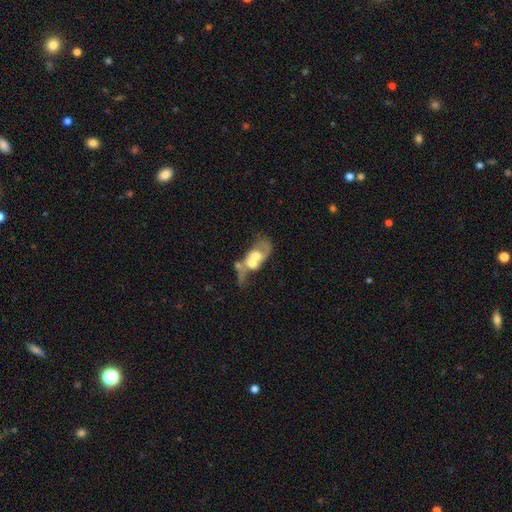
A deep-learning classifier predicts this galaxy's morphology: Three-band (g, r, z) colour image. It shows a featured or disk galaxy (59%) with no bar (74%), no spiral arms (53%) and a moderate central bulge (53%). Merging: merger (66%).